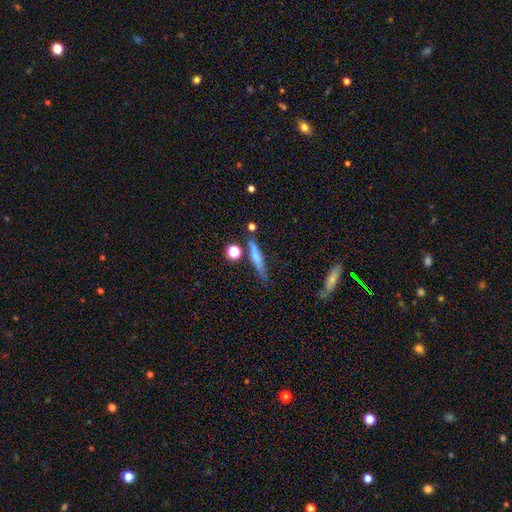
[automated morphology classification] Overall: smooth (59%; featured or disk 30%). How rounded: cigar-shaped (81%). Merging: none (68%).